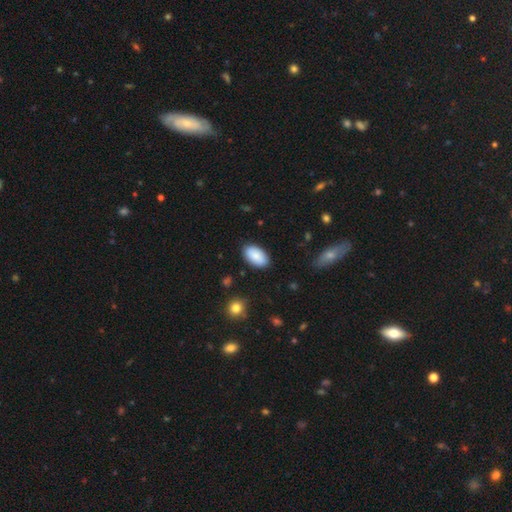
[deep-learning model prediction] Q: Smooth or featured?
A: smooth (88%); runner-up: featured or disk (7%)
Q: How rounded?
A: in between (95%); runner-up: round (3%)
Q: Merging?
A: none (86%); runner-up: minor disturbance (10%)